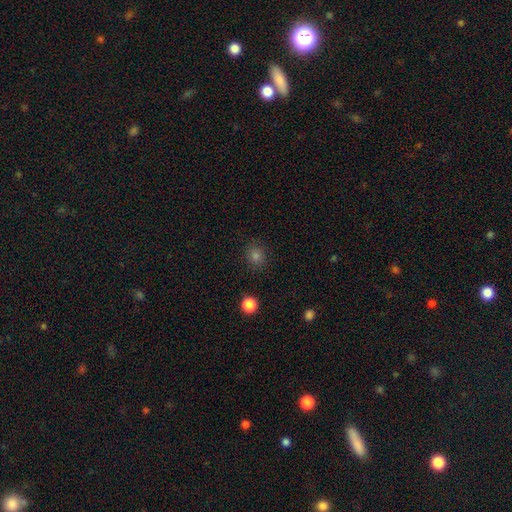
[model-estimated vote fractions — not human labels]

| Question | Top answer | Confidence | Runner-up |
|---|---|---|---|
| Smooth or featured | smooth | 79% | star or artifact (16%) |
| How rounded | round | 82% | in between (17%) |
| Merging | none | 89% | minor disturbance (7%) |